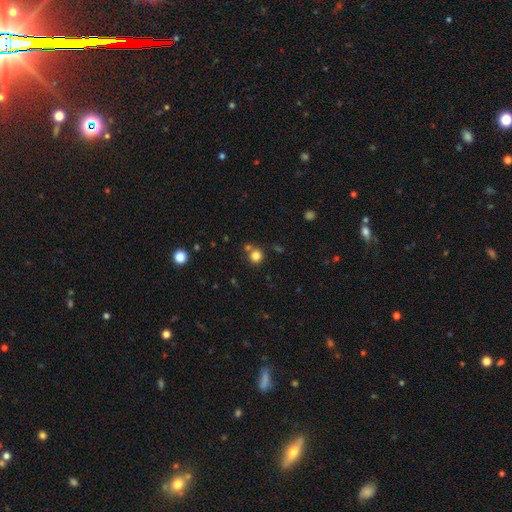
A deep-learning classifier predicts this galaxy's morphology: smooth_or_featured: smooth (p=0.81) [alt: star or artifact p=0.13]
how_rounded: round (p=0.90) [alt: in between p=0.09]
merging: none (p=0.72) [alt: merger p=0.17]